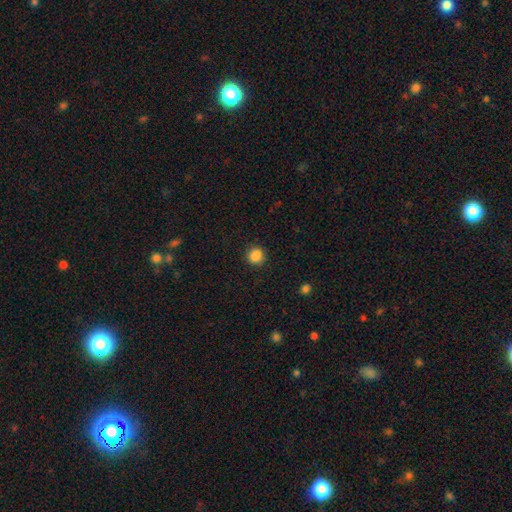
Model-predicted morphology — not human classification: smooth_or_featured: smooth (p=0.87) [alt: star or artifact p=0.10]
how_rounded: round (p=0.87) [alt: in between p=0.12]
merging: none (p=0.88) [alt: minor disturbance p=0.08]